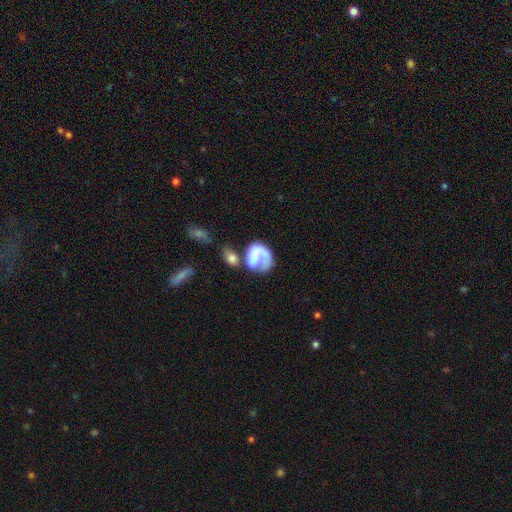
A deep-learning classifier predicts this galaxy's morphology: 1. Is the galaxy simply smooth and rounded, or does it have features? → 56% featured or disk, 36% smooth, 8% star or artifact.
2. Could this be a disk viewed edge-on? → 98% no, 2% yes.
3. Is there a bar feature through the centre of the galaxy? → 74% no, 18% weak, 9% strong.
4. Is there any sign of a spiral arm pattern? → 60% yes, 40% no.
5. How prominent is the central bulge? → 59% none, 13% moderate, 12% small, 12% large, 5% dominant.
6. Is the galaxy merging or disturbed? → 30% major disturbance, 28% none, 27% merger, 15% minor disturbance.